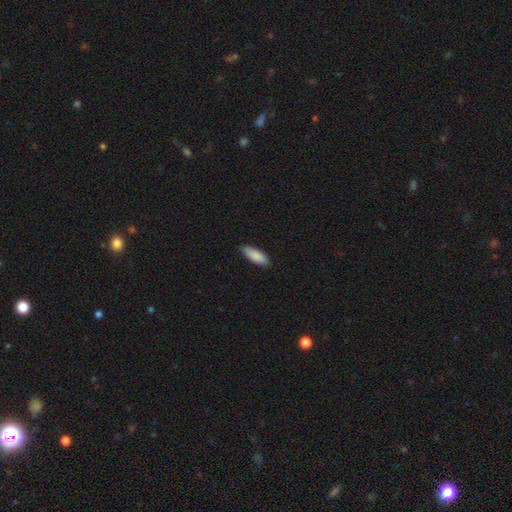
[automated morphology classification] A smooth galaxy with no disk features (88%) that is in between round and cigar-shaped (59%). Merging: none (86%).